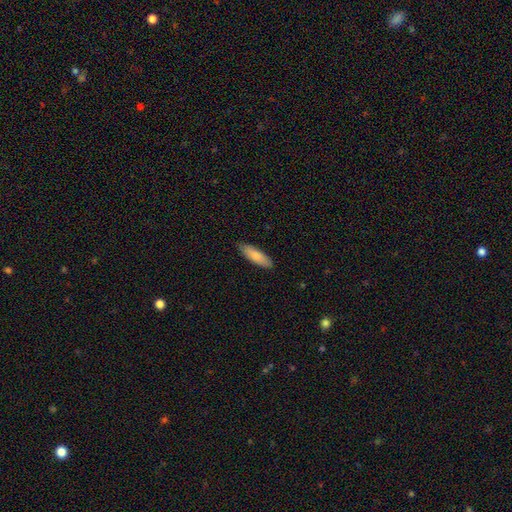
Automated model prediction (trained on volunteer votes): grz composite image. It shows a smooth galaxy with no disk features (81%) that is in between round and cigar-shaped (51%). Merging: none (86%).